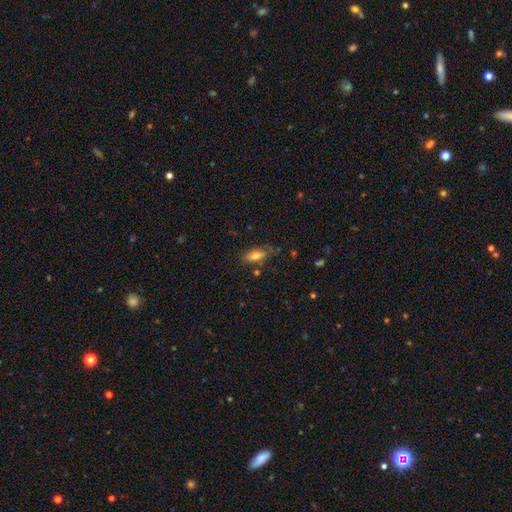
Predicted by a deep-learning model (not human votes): smooth 68%, featured or disk 23%, star or artifact 9%. Down the decision tree: how rounded — in between (73%); merging — none (68%).